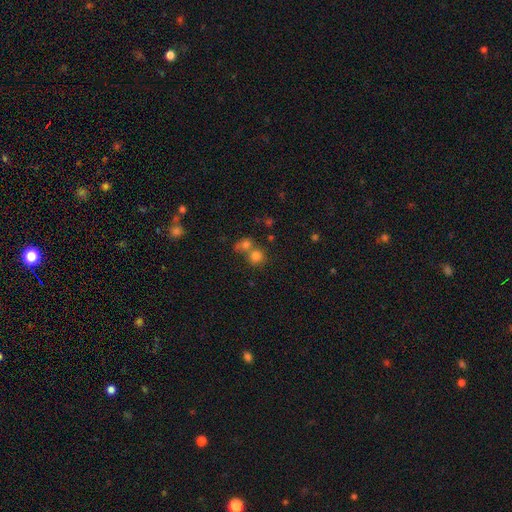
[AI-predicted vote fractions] This is likely a smooth galaxy (77%). How rounded: clearly round (85%). Merging: possibly none (45%).